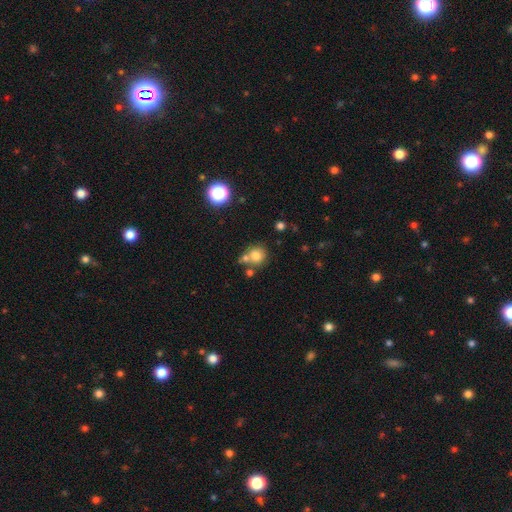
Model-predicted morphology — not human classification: Smooth or featured: smooth — 77% (star or artifact — 13%)
How rounded: round — 86% (in between — 13%)
Merging: none — 58% (merger — 26%)